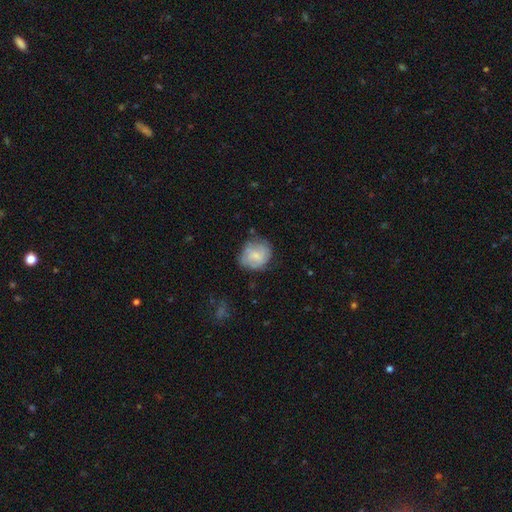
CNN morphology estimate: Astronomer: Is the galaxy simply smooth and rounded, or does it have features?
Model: smooth — 56% (runner-up: featured or disk, 36%).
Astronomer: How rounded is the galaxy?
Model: round — 72%.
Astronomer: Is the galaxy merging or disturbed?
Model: none — 62%.